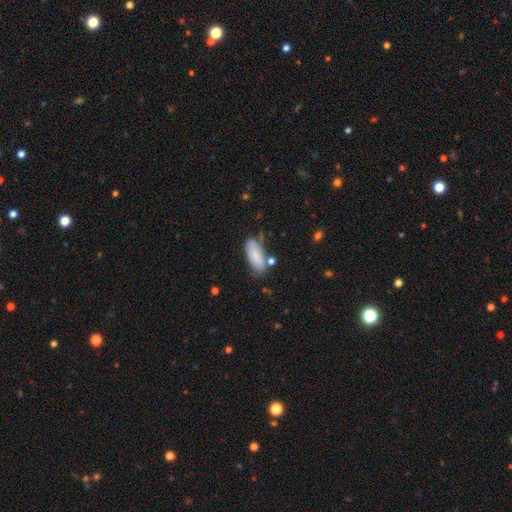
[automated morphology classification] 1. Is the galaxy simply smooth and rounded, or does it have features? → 82% smooth, 12% featured or disk, 7% star or artifact.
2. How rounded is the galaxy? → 81% in between, 17% cigar-shaped, 2% round.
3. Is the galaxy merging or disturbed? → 62% none, 23% minor disturbance, 8% merger, 6% major disturbance.